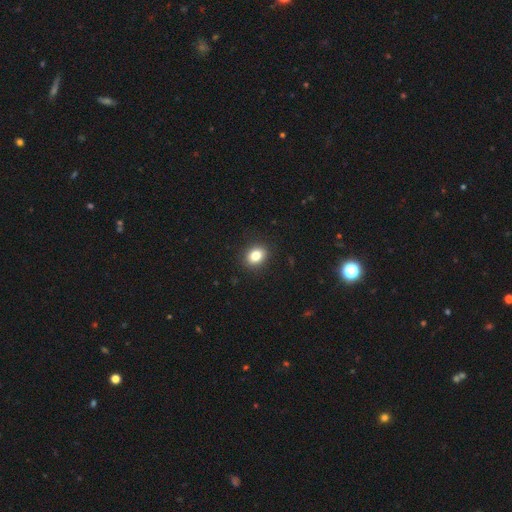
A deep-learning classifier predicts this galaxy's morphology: type=smooth (84%); roundness=in between (53%); merging=none (90%).